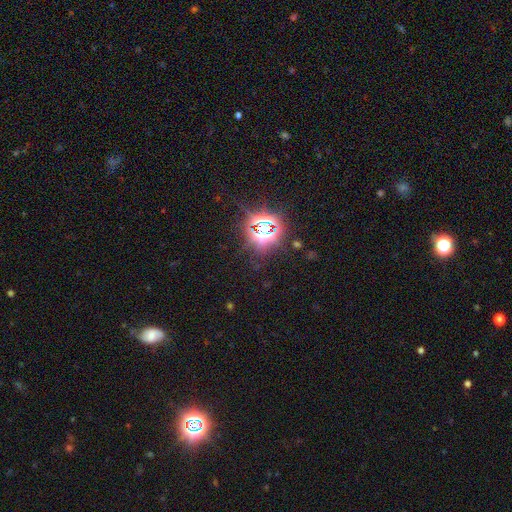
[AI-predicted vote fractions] Smooth or featured? Predicted: star or artifact (p=0.77).